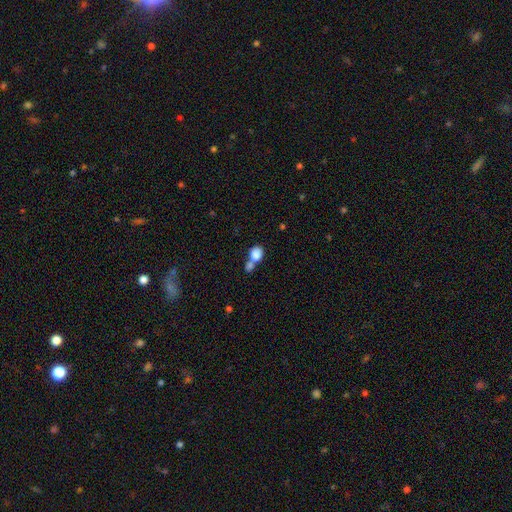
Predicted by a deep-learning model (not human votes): A smooth galaxy with no disk features (83%) that is round (54%). Merging: merger (54%).